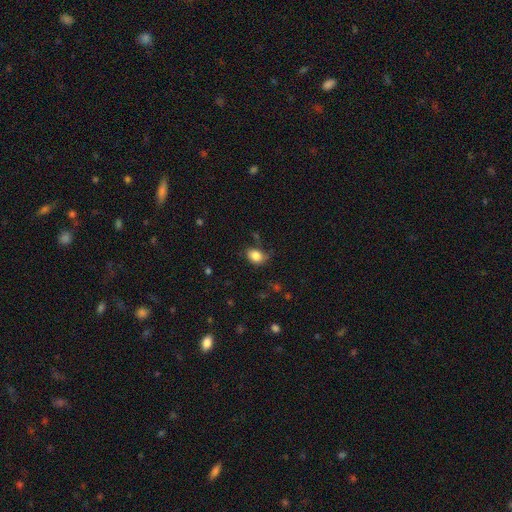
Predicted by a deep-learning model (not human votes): A smooth galaxy with no disk features (83%) that is in between round and cigar-shaped (68%). Merging: none (64%).